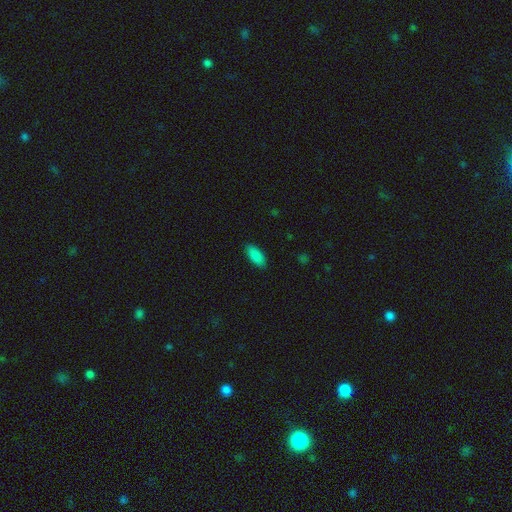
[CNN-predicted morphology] This appears to be a smooth galaxy with no disk features (88%) that is in between round and cigar-shaped (86%). Merging: none (88%).